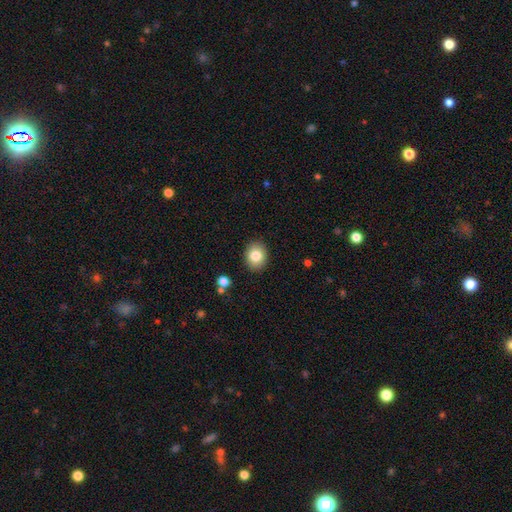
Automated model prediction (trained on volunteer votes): Smooth or featured? Predicted: smooth (p=0.84). How rounded? Predicted: round (p=0.51). Merging? Predicted: none (p=0.89).